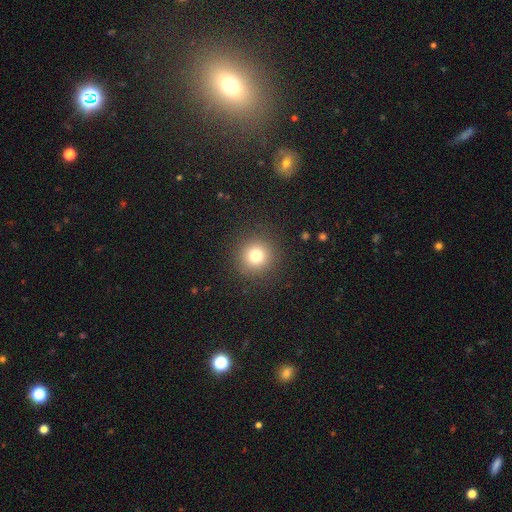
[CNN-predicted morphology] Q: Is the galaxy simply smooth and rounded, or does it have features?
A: smooth — 77%.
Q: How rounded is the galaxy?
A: round — 94%.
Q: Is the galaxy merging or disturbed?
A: none — 90%.